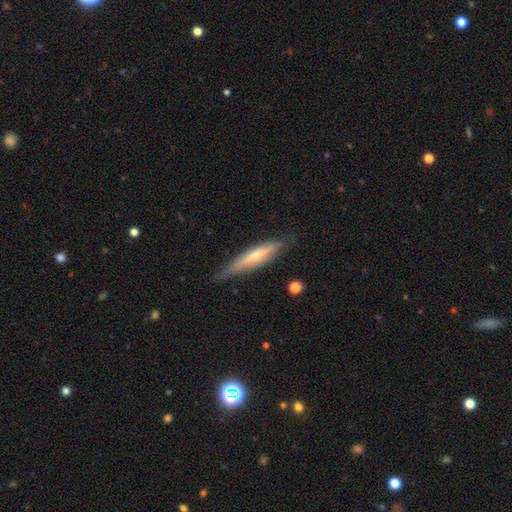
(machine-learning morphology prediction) type=featured or disk (48%); merging=none (75%).